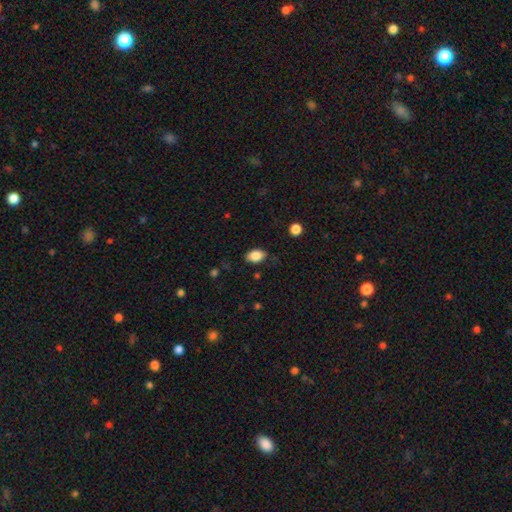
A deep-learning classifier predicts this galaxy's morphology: This appears to be a smooth galaxy with no disk features (86%) that is in between round and cigar-shaped (86%). Merging: none (80%).